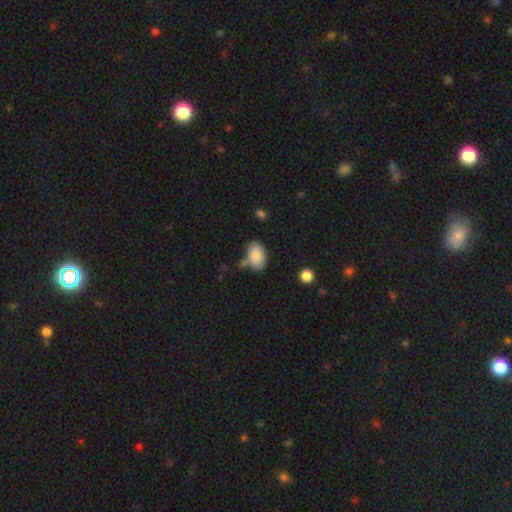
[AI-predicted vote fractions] smooth 87%, star or artifact 7%, featured or disk 6%. Down the decision tree: how rounded — in between (91%); merging — none (65%).